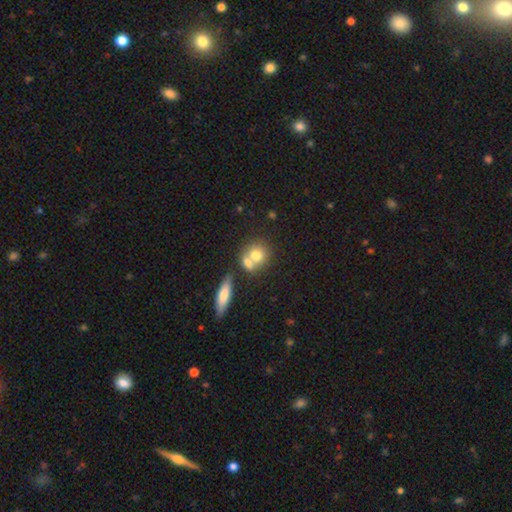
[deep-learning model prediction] Smooth or featured?
  - smooth: 74% *
  - featured or disk: 17%
  - star or artifact: 9%
How rounded?
  - round: 72% *
  - in between: 25%
  - cigar-shaped: 3%
Merging?
  - merger: 51% *
  - none: 38%
  - minor disturbance: 8%
  - major disturbance: 3%